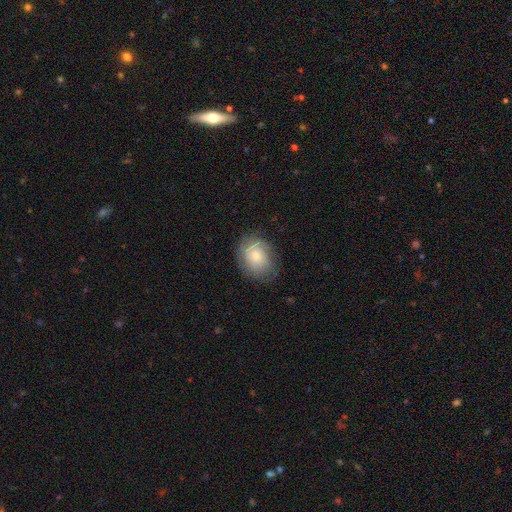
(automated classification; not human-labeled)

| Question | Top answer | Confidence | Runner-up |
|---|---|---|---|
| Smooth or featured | smooth | 51% | featured or disk (41%) |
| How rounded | in between | 53% | round (46%) |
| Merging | none | 72% | minor disturbance (20%) |